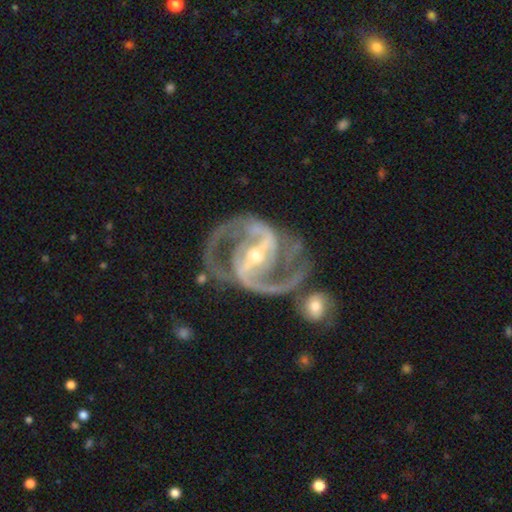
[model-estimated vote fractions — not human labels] smooth_or_featured: featured or disk (p=0.94) [alt: star or artifact p=0.04]
disk_edge_on: no (p=0.98) [alt: yes p=0.02]
bar: strong (p=0.70) [alt: weak p=0.23]
has_spiral_arms: yes (p=0.98) [alt: no p=0.02]
spiral_winding: medium (p=0.63) [alt: tight p=0.23]
spiral_arm_count: 2 (p=0.89) [alt: 3 p=0.05]
bulge_size: small (p=0.53) [alt: moderate p=0.44]
merging: none (p=0.63) [alt: minor disturbance p=0.18]